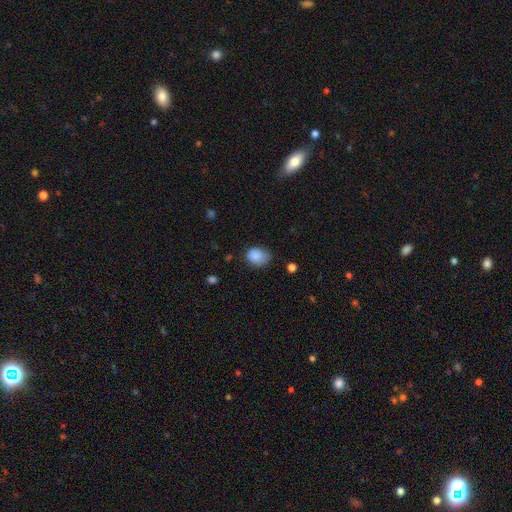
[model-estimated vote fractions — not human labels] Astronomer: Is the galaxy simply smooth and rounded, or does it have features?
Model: smooth — 85%.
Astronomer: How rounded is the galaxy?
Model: in between — 56% (runner-up: round, 43%).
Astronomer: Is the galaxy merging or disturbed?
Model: none — 57% (runner-up: minor disturbance, 32%).